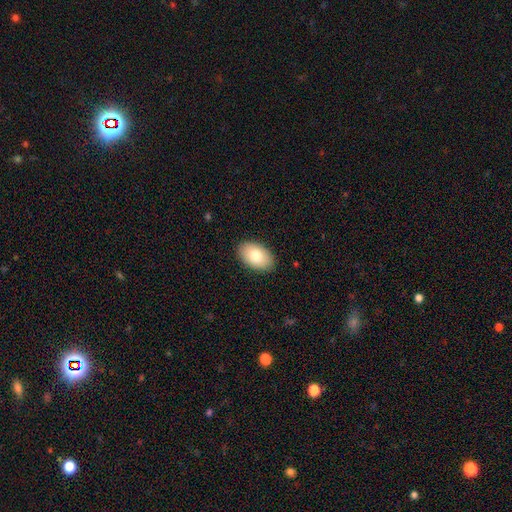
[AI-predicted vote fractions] smooth 77%, featured or disk 16%, star or artifact 7%. Down the decision tree: how rounded — in between (92%); merging — none (88%).